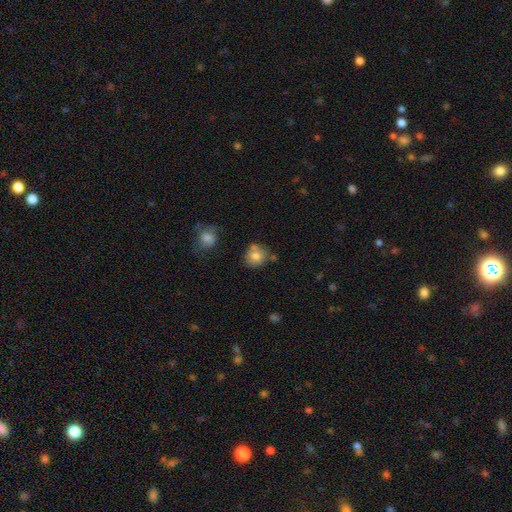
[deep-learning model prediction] A smooth galaxy with no disk features (77%) that is round (83%).

Vote fractions:
- Smooth or featured? smooth: 77% / featured or disk: 14% / star or artifact: 10%
- How rounded? round: 83% / in between: 16% / cigar-shaped: 1%
- Merging? none: 63% / minor disturbance: 19% / merger: 14% / major disturbance: 5%